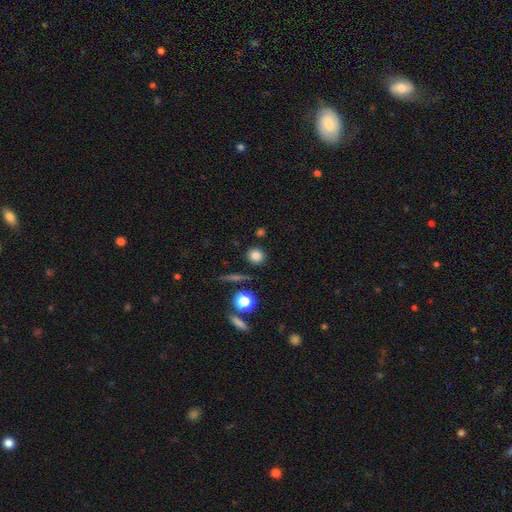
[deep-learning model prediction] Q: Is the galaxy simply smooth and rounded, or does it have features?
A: smooth — 82%.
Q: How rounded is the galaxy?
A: round — 85%.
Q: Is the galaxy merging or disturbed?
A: none — 86%.